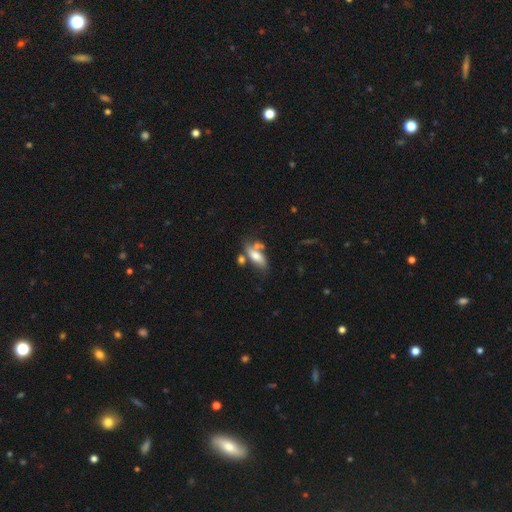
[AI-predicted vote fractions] smooth-or-featured: smooth: 61% | featured or disk: 31% | star or artifact: 8%
  how-rounded: in between: 73% | cigar-shaped: 24% | round: 3%
  merging: none: 44% | merger: 26% | minor disturbance: 20% | major disturbance: 10%